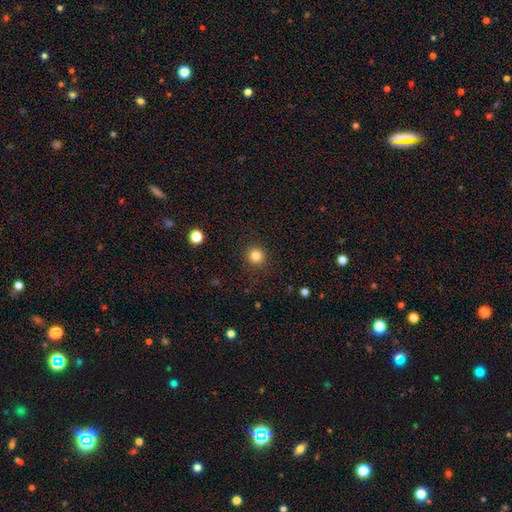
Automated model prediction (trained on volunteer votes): Smooth or featured?
  - smooth: 82% *
  - star or artifact: 13%
  - featured or disk: 5%
How rounded?
  - round: 93% *
  - in between: 6%
  - cigar-shaped: 1%
Merging?
  - none: 91% *
  - minor disturbance: 6%
  - major disturbance: 2%
  - merger: 1%